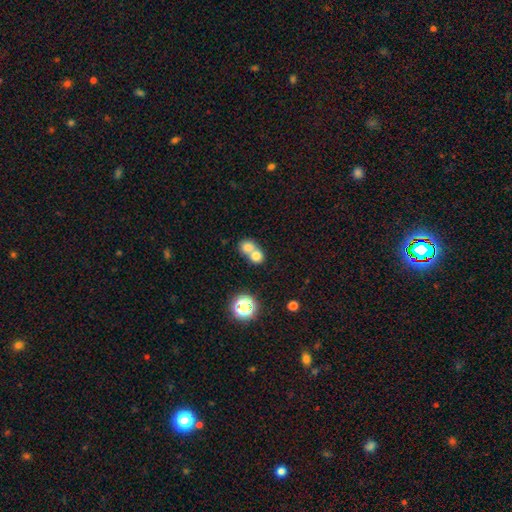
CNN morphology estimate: type=smooth (73%); roundness=round (73%); merging=merger (67%).